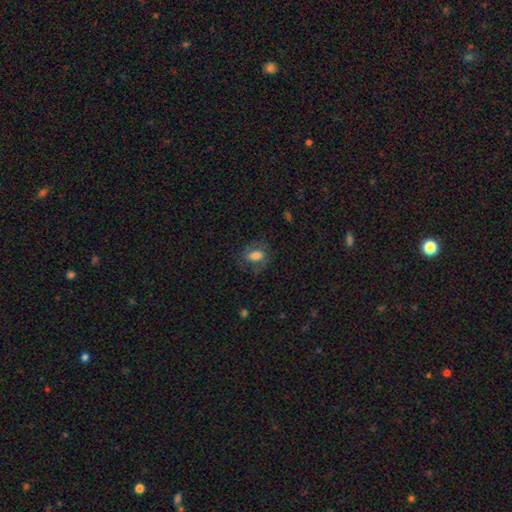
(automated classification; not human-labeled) This is likely a smooth galaxy (64%). How rounded: likely in between (79%). Merging: likely none (66%).